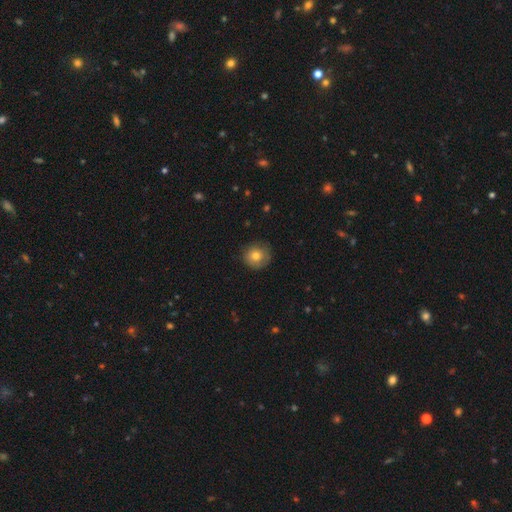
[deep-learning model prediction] smooth 78%, featured or disk 12%, star or artifact 9%. Down the decision tree: how rounded — round (92%); merging — none (83%).